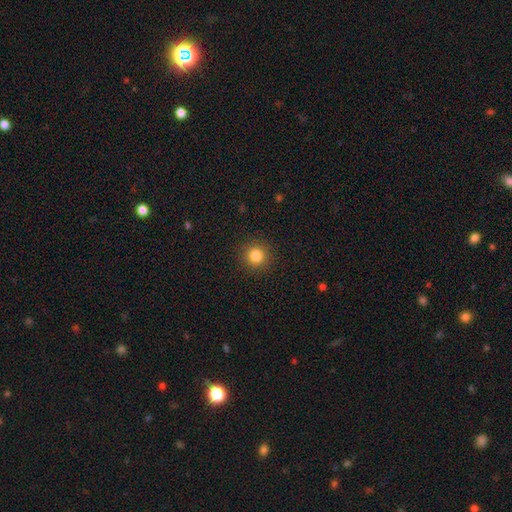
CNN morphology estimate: Overall: smooth (83%). How rounded: round (94%). Merging: none (92%).